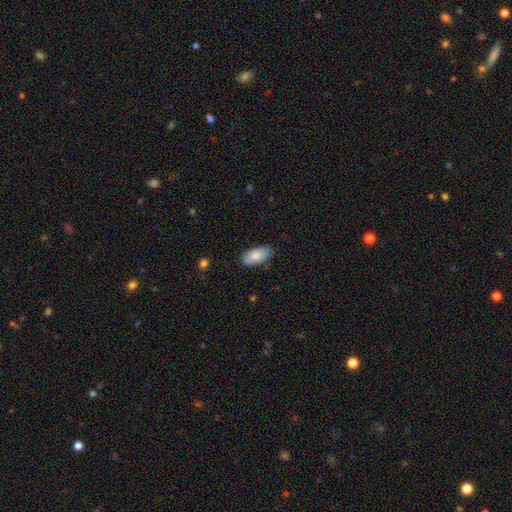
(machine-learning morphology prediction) smooth-or-featured: smooth: 84% | featured or disk: 10% | star or artifact: 6%
  how-rounded: in between: 94% | cigar-shaped: 3% | round: 3%
  merging: none: 76% | minor disturbance: 19% | major disturbance: 3% | merger: 1%